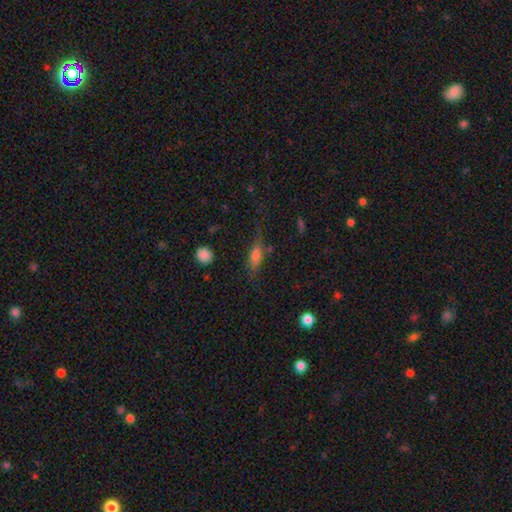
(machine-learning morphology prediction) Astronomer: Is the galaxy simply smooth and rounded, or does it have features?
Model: smooth — 61%.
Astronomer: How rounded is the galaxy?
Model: in between — 55% (runner-up: cigar-shaped, 38%).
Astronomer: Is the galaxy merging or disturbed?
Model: none — 61%.